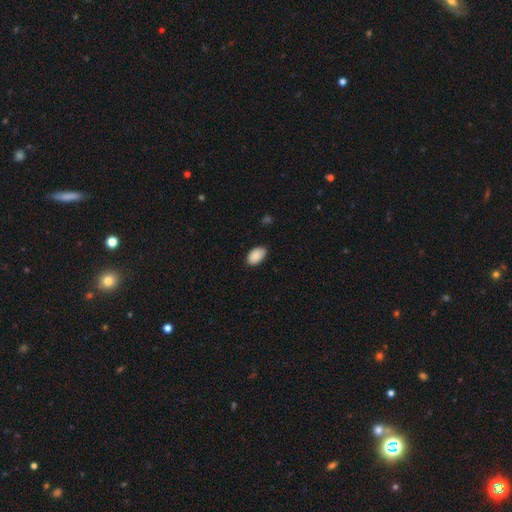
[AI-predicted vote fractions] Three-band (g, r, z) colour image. It shows a smooth galaxy with no disk features (90%) that is in between round and cigar-shaped (94%). Merging: none (85%).